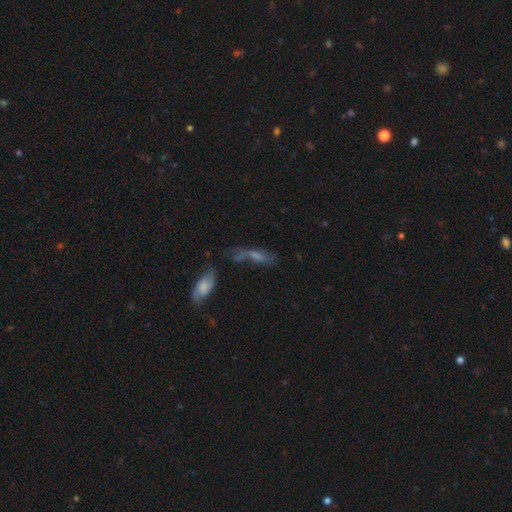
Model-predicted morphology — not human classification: type=featured or disk (43%); merging=none (45%).